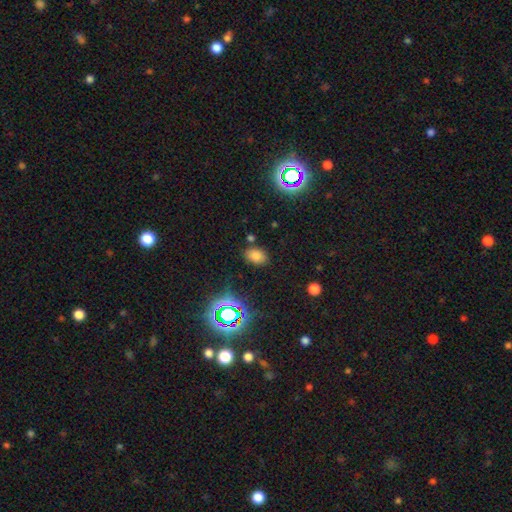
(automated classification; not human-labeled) A smooth galaxy with no disk features (71%) that is in between round and cigar-shaped (80%).

Vote fractions:
- Smooth or featured? smooth: 71% / star or artifact: 21% / featured or disk: 8%
- How rounded? in between: 80% / round: 19% / cigar-shaped: 1%
- Merging? none: 81% / minor disturbance: 12% / merger: 3% / major disturbance: 3%